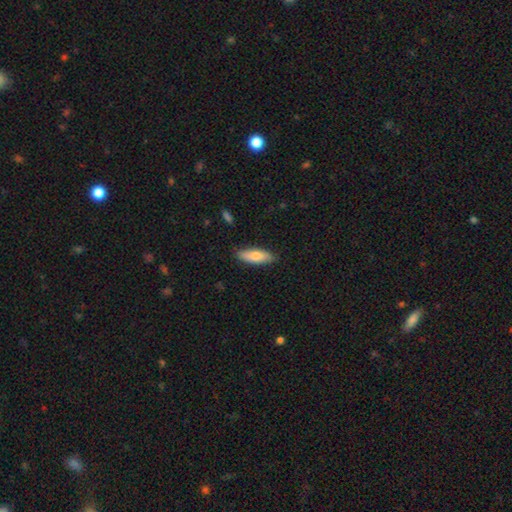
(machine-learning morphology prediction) The model was most divided on "how rounded": in between: 59%, cigar-shaped: 39%, round: 2%. More confident: merging — none (86%); smooth or featured — smooth (75%).